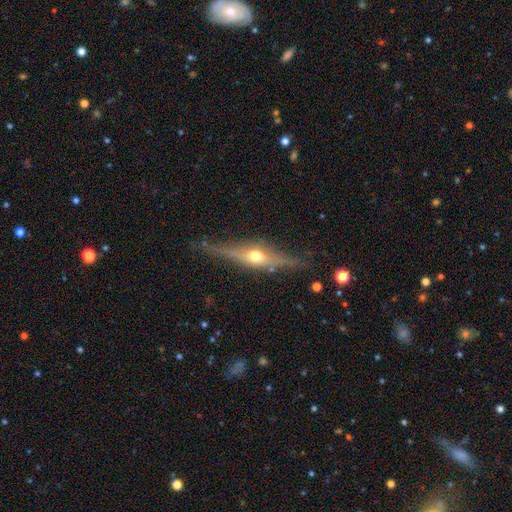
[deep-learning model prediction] featured or disk 73%, smooth 19%, star or artifact 7%. Down the decision tree: edge-on disk — yes (94%); edge-on bulge — rounded (92%); merging — none (79%).